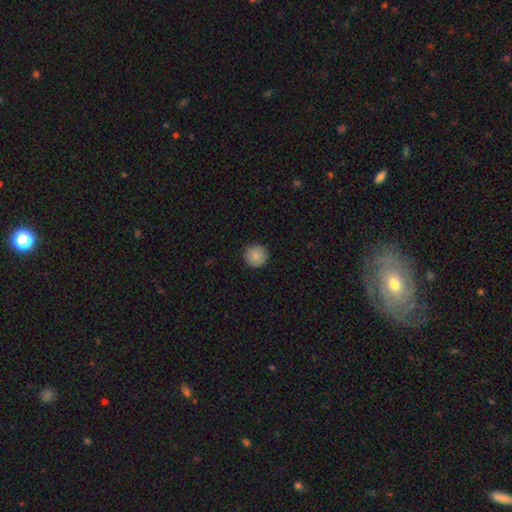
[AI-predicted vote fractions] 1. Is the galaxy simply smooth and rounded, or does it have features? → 88% smooth, 8% star or artifact, 5% featured or disk.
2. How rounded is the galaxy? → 96% round, 3% in between, 1% cigar-shaped.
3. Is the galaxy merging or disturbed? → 92% none, 6% minor disturbance, 2% major disturbance, 1% merger.